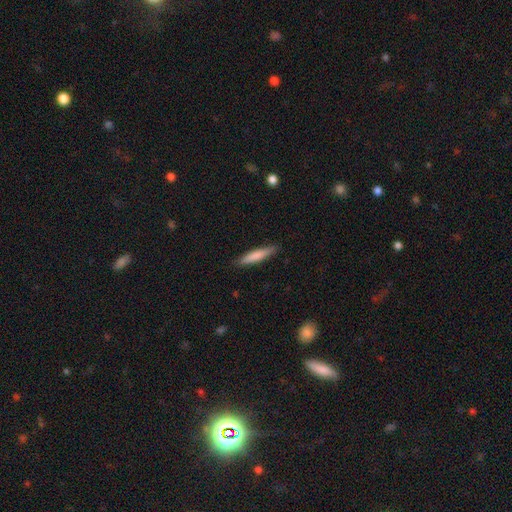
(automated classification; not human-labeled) Q: Smooth or featured?
A: smooth (77%); runner-up: featured or disk (18%)
Q: How rounded?
A: cigar-shaped (89%); runner-up: in between (10%)
Q: Merging?
A: none (89%); runner-up: minor disturbance (9%)